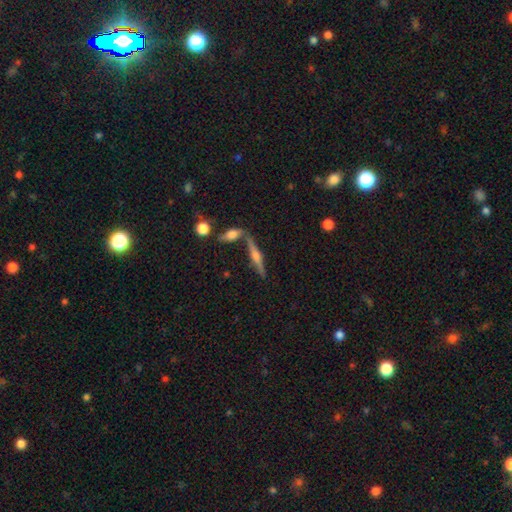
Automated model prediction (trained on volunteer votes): This is likely a featured or disk galaxy (70%). It is clearly viewed edge-on (96%). Edge-on bulge: clearly rounded (89%). Merging: likely none (69%).